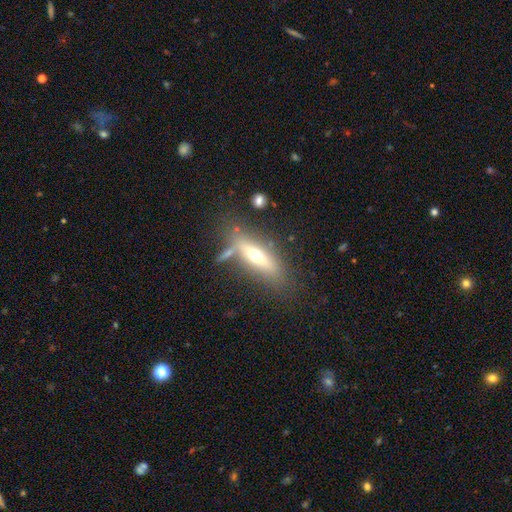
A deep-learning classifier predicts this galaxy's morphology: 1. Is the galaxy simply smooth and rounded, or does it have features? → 49% featured or disk, 43% smooth, 8% star or artifact.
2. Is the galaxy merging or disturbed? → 69% none, 15% minor disturbance, 9% merger, 7% major disturbance.